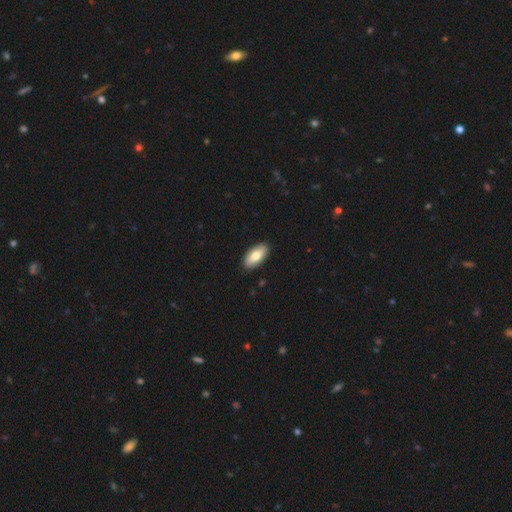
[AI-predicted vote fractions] Overall: smooth (76%). How rounded: in between (91%). Merging: none (89%).